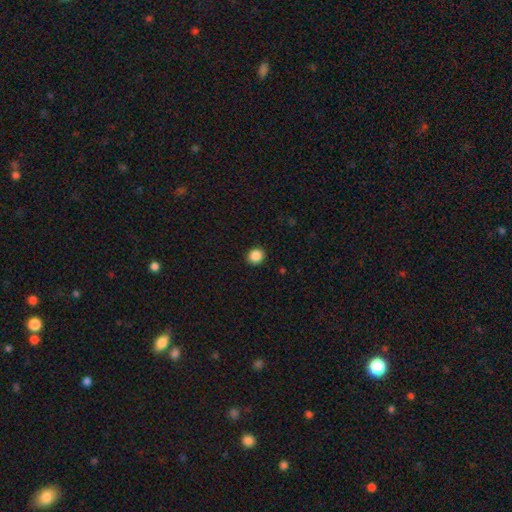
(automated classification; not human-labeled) This is clearly a smooth galaxy (87%). How rounded: clearly round (83%). Merging: clearly none (92%).